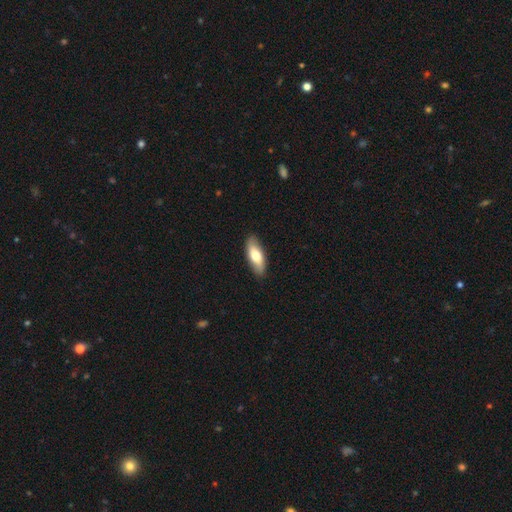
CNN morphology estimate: Smooth or featured? Predicted: smooth (p=0.68). How rounded? Predicted: in between (p=0.72). Merging? Predicted: none (p=0.87).